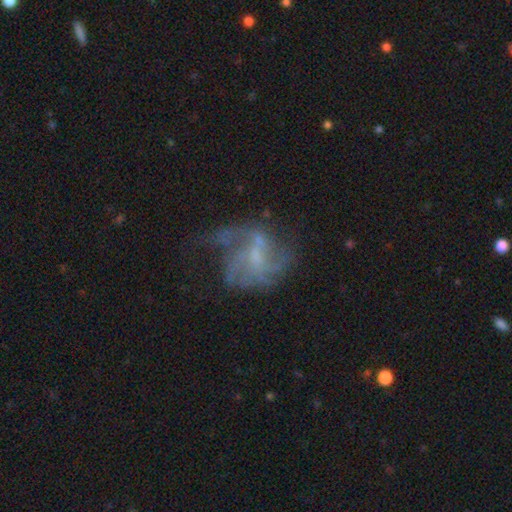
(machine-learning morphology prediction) featured or disk 73%, smooth 15%, star or artifact 11%. Down the decision tree: edge-on disk — no (98%); bar — no (50%); spiral arms — yes (73%); spiral arm count — can't tell (32%); spiral winding — loose (49%); bulge size — small (45%); merging — none (40%).